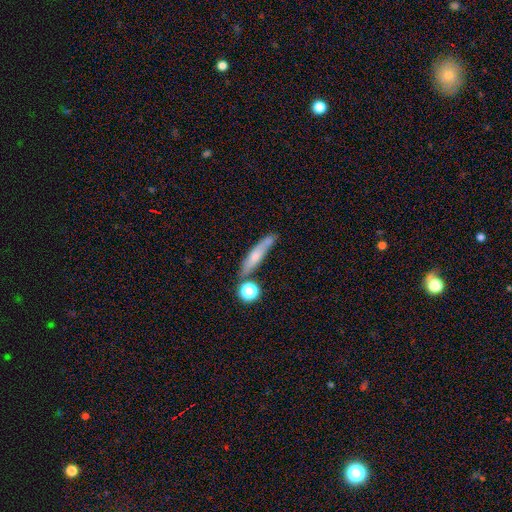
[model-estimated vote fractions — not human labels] Morphology: type=smooth (55%); roundness=cigar-shaped (80%); merging=none (66%).